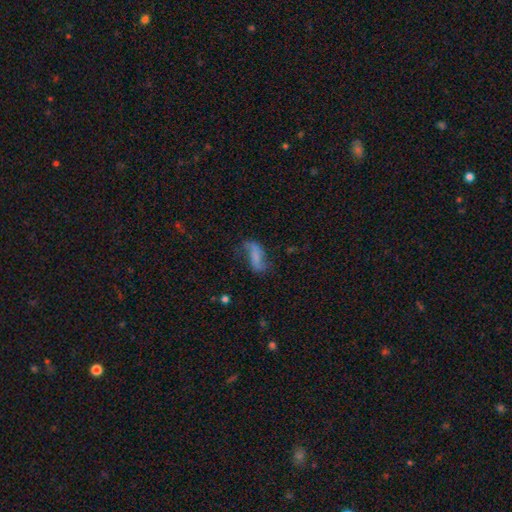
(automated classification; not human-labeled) smooth-or-featured: smooth: 48% | featured or disk: 42% | star or artifact: 10%
  merging: none: 46% | minor disturbance: 27% | major disturbance: 23% | merger: 4%